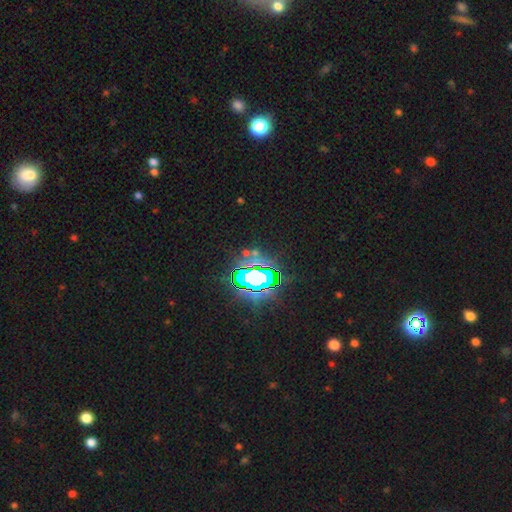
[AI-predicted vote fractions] This appears to be a star or artifact, not a galaxy (76%).